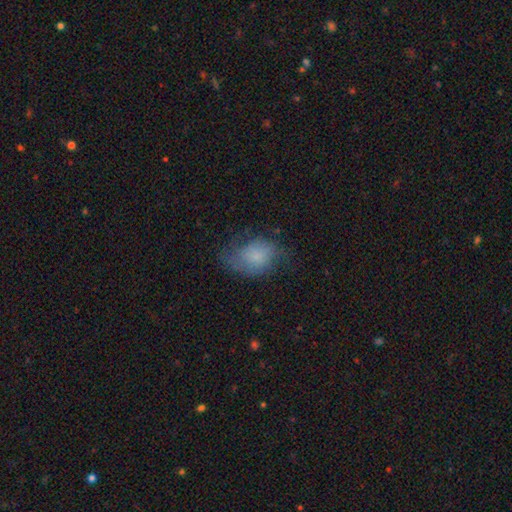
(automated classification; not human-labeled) Smooth or featured? Predicted: smooth (p=0.64). How rounded? Predicted: in between (p=0.74). Merging? Predicted: none (p=0.48).